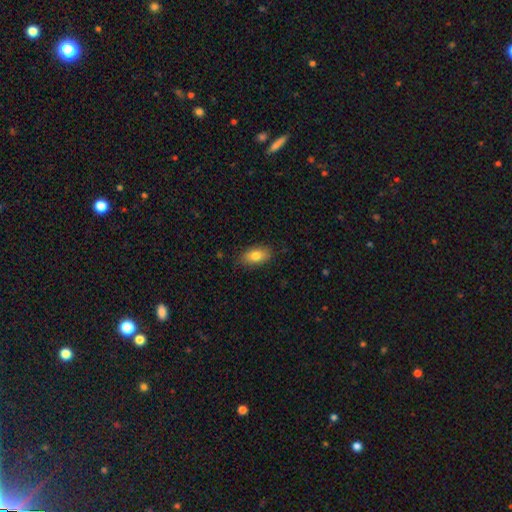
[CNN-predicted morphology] This is clearly a smooth galaxy (80%). How rounded: clearly in between (90%). Merging: clearly none (85%).